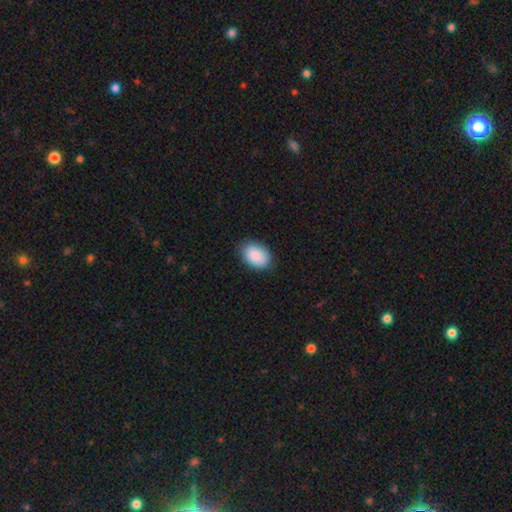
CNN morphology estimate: Smooth or featured? smooth (89%)
How rounded? in between (85%)
Merging? none (84%)